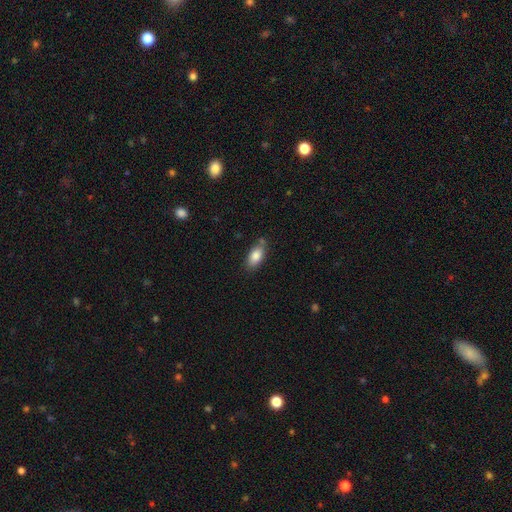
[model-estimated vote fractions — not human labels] A smooth galaxy with no disk features (84%) that is in between round and cigar-shaped (90%).

Vote fractions:
- Smooth or featured? smooth: 84% / featured or disk: 9% / star or artifact: 7%
- How rounded? in between: 90% / cigar-shaped: 7% / round: 4%
- Merging? none: 72% / minor disturbance: 18% / merger: 7% / major disturbance: 4%